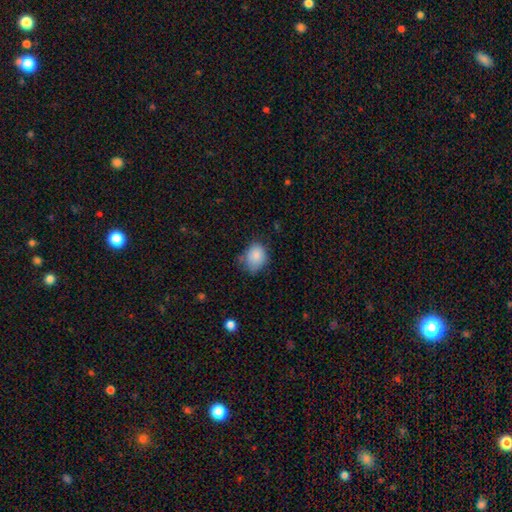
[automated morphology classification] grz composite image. It shows a smooth galaxy with no disk features (86%) that is round (50%). Merging: none (58%).